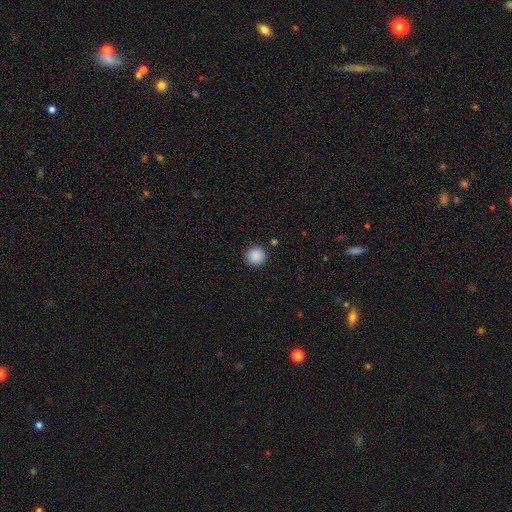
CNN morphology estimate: This is clearly a smooth galaxy (89%). How rounded: clearly round (95%). Merging: clearly none (91%).